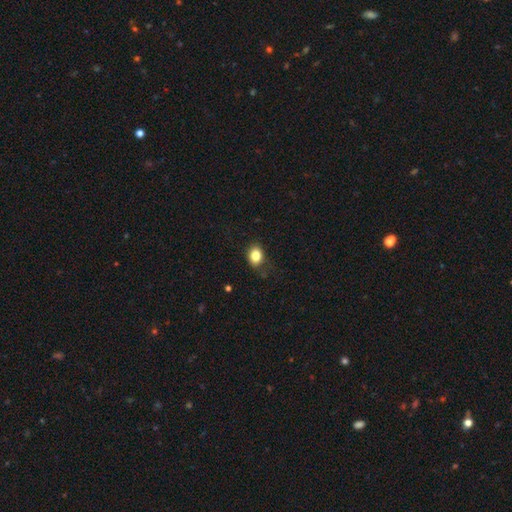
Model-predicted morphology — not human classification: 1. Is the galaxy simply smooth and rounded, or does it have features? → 83% smooth, 10% star or artifact, 7% featured or disk.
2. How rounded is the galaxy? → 59% in between, 40% round, 1% cigar-shaped.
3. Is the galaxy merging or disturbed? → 80% none, 15% minor disturbance, 4% major disturbance, 1% merger.